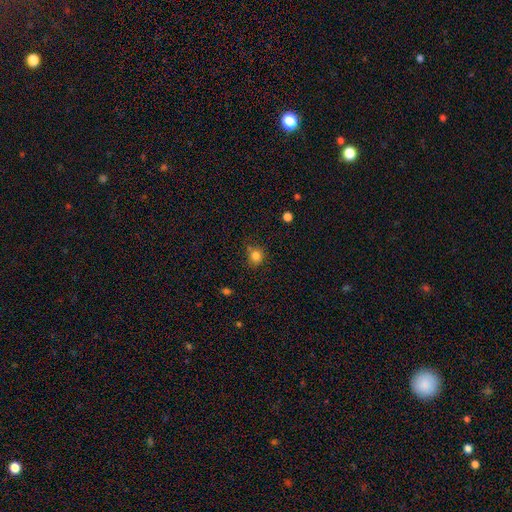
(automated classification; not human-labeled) Smooth or featured? Predicted: smooth (p=0.82). How rounded? Predicted: round (p=0.82). Merging? Predicted: none (p=0.75).